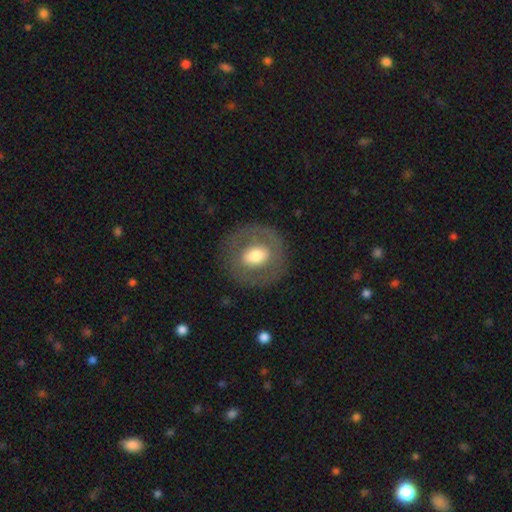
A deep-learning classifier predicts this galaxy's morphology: smooth_or_featured: smooth (p=0.49) [alt: featured or disk p=0.44]
merging: none (p=0.80) [alt: minor disturbance p=0.11]